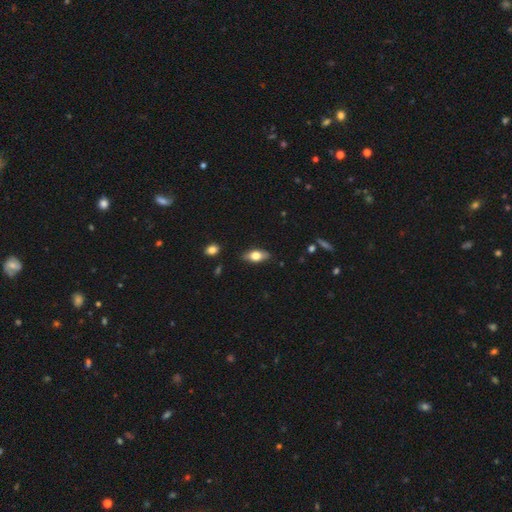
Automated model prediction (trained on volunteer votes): Morphology: type=smooth (64%); roundness=in between (82%); merging=none (84%).